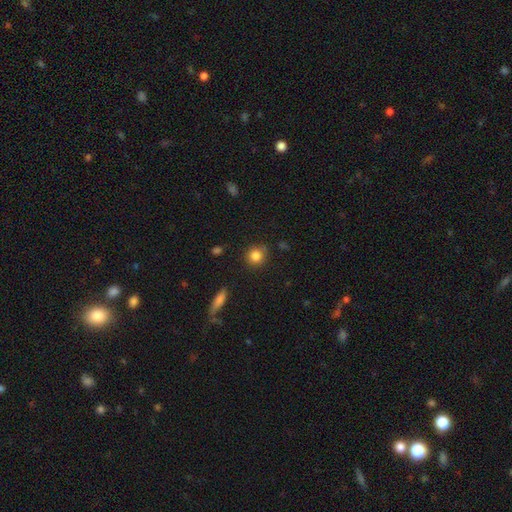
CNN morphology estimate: smooth 84%, star or artifact 10%, featured or disk 6%. Down the decision tree: how rounded — round (86%); merging — none (82%).